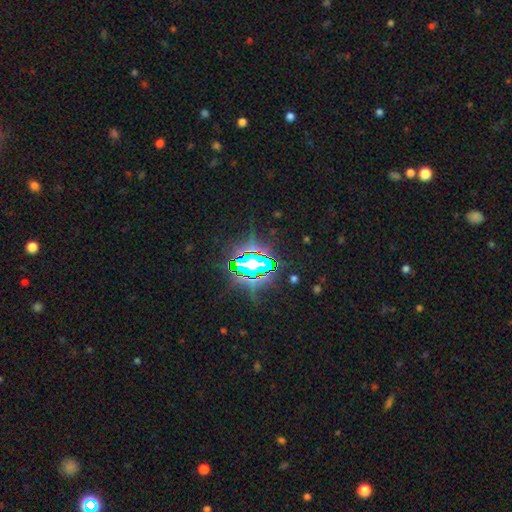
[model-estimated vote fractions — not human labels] This appears to be a star or artifact, not a galaxy (81%).